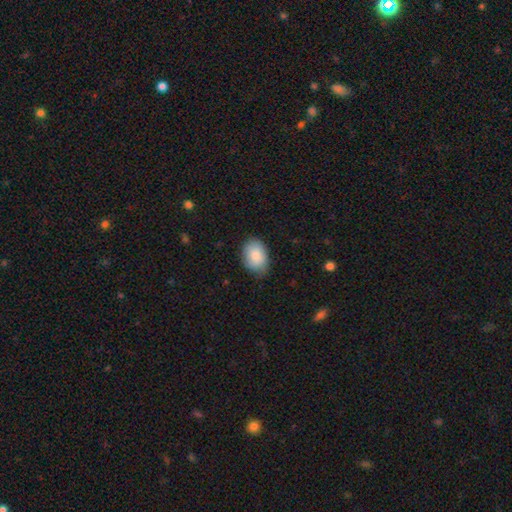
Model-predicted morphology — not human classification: smooth 86%, featured or disk 8%, star or artifact 6%. Down the decision tree: how rounded — in between (81%); merging — none (72%).